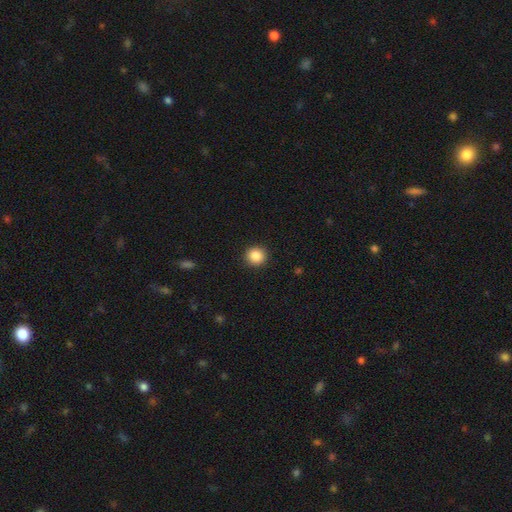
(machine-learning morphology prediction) smooth-or-featured: smooth: 87% | star or artifact: 9% | featured or disk: 3%
  how-rounded: round: 92% | in between: 7% | cigar-shaped: 1%
  merging: none: 92% | minor disturbance: 5% | major disturbance: 2% | merger: 1%